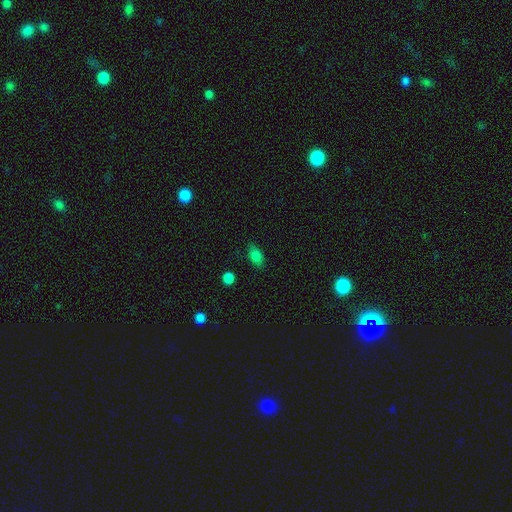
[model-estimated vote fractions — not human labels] The model was most divided on "merging": none: 78%, minor disturbance: 17%, major disturbance: 3%, merger: 2%. More confident: how rounded — in between (84%); smooth or featured — smooth (80%).